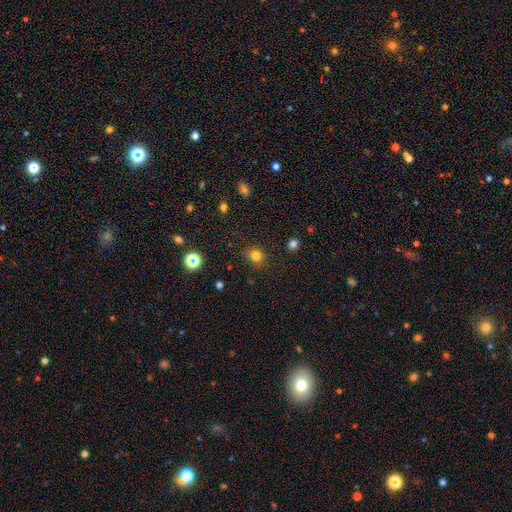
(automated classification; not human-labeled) Smooth or featured?
  - smooth: 79% *
  - star or artifact: 16%
  - featured or disk: 5%
How rounded?
  - round: 77% *
  - in between: 22%
  - cigar-shaped: 1%
Merging?
  - none: 84% *
  - minor disturbance: 11%
  - major disturbance: 4%
  - merger: 2%